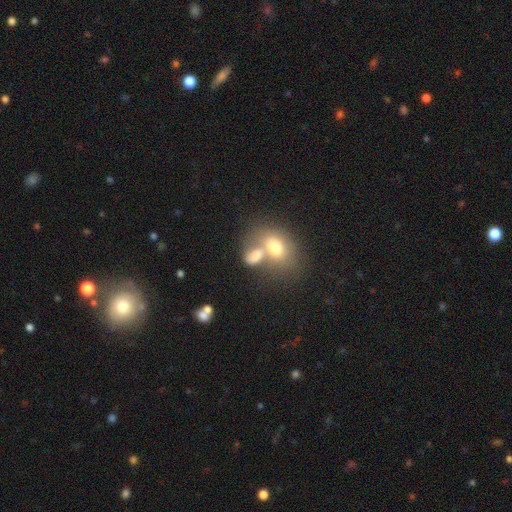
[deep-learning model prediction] Morphology: type=smooth (70%); roundness=in between (78%); merging=merger (65%).